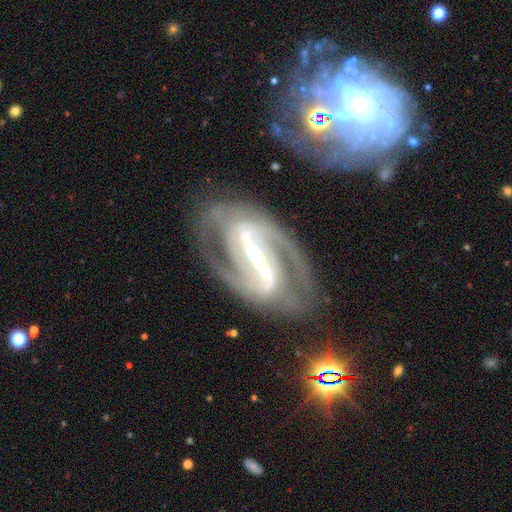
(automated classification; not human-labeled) smooth_or_featured: featured or disk (p=0.91) [alt: star or artifact p=0.05]
disk_edge_on: no (p=0.94) [alt: yes p=0.06]
bar: strong (p=0.85) [alt: weak p=0.11]
has_spiral_arms: yes (p=0.97) [alt: no p=0.03]
spiral_winding: medium (p=0.47) [alt: tight p=0.40]
spiral_arm_count: 2 (p=0.87) [alt: can't tell p=0.04]
bulge_size: small (p=0.57) [alt: moderate p=0.34]
merging: none (p=0.75) [alt: minor disturbance p=0.14]